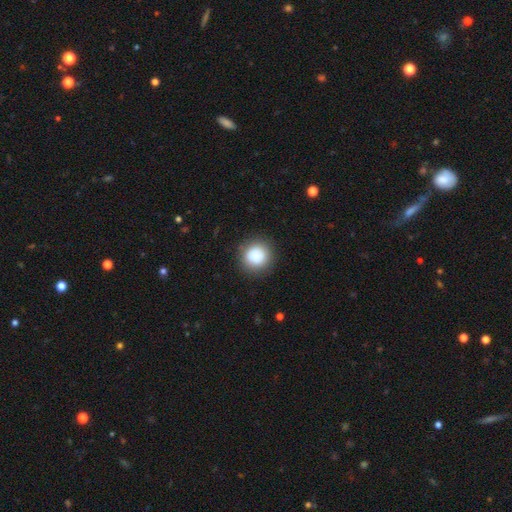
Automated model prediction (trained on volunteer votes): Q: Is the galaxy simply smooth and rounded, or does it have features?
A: smooth — 86%.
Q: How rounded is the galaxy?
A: round — 92%.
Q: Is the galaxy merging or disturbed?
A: none — 86%.